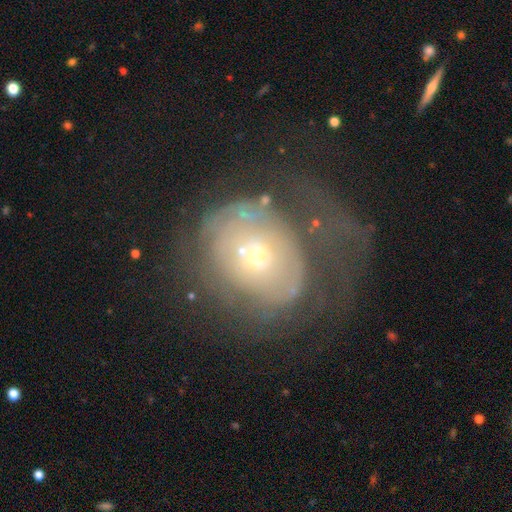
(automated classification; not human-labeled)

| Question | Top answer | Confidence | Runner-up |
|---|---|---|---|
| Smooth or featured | featured or disk | 57% | smooth (31%) |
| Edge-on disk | no | 96% | yes (4%) |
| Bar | no | 84% | weak (13%) |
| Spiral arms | no | 55% | yes (45%) |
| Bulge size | small | 62% | moderate (31%) |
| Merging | major disturbance | 48% | none (27%) |